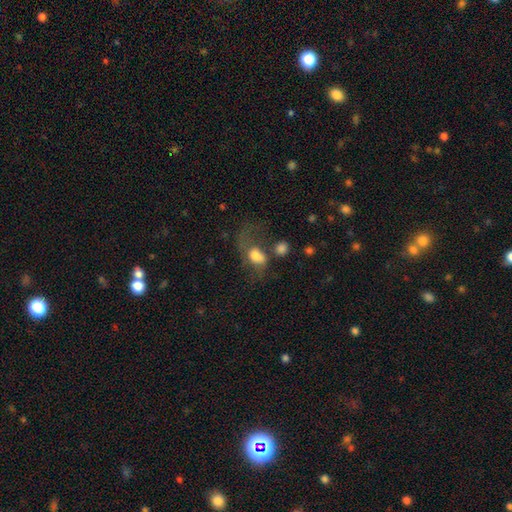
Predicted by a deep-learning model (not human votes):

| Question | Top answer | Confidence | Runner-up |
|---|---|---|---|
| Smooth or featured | smooth | 66% | featured or disk (24%) |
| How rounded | in between | 74% | round (24%) |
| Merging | major disturbance | 46% | none (21%) |